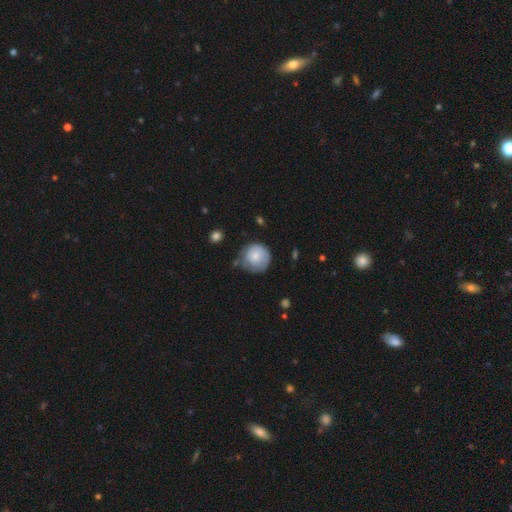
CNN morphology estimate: Overall: smooth (76%). How rounded: round (92%). Merging: none (56%; minor disturbance 32%).